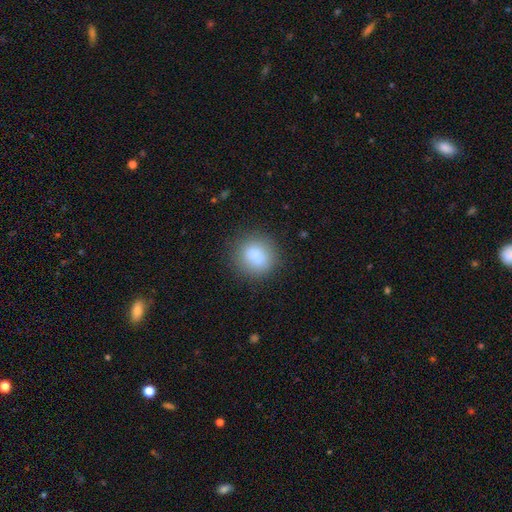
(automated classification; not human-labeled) Smooth or featured?
  - smooth: 83% *
  - star or artifact: 9%
  - featured or disk: 8%
How rounded?
  - round: 81% *
  - in between: 18%
  - cigar-shaped: 1%
Merging?
  - none: 83% *
  - minor disturbance: 11%
  - major disturbance: 4%
  - merger: 2%